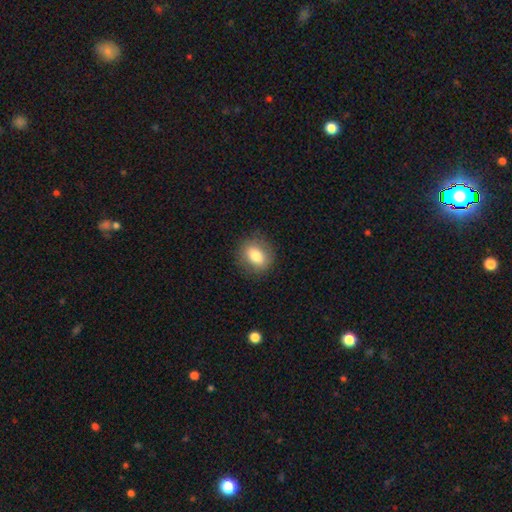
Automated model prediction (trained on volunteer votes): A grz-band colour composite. It shows a smooth galaxy with no disk features (78%) that is round (50%). Merging: none (84%).